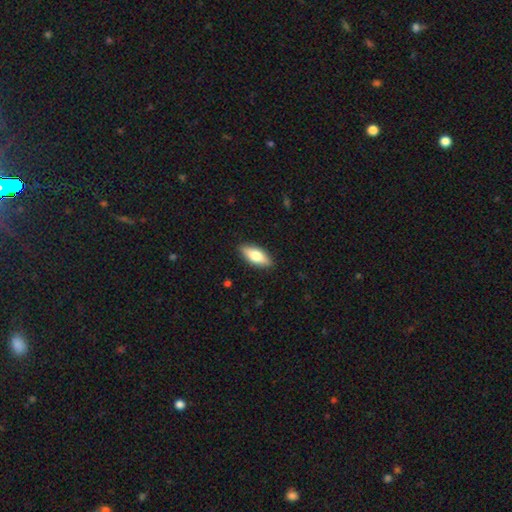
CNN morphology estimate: A smooth galaxy with no disk features (71%) that is in between round and cigar-shaped (77%). Merging: none (89%).